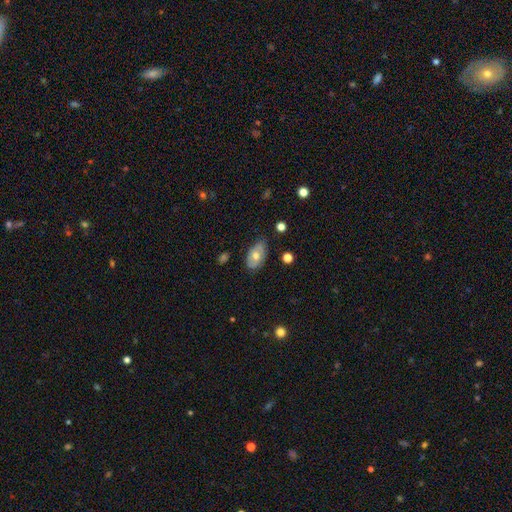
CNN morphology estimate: smooth 60%, featured or disk 33%, star or artifact 7%. Down the decision tree: how rounded — in between (91%); merging — none (73%).